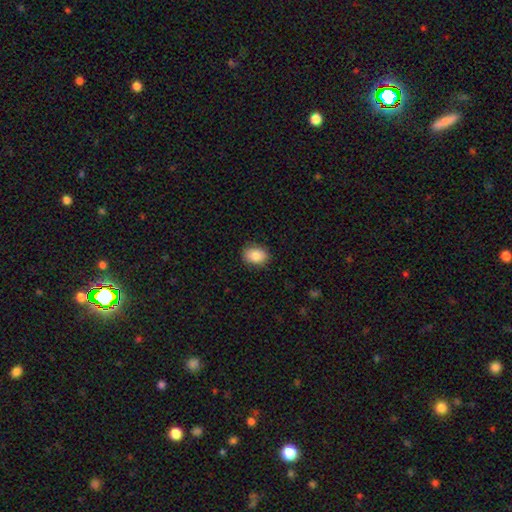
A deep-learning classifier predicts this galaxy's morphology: type=smooth (84%); roundness=in between (70%); merging=none (88%).